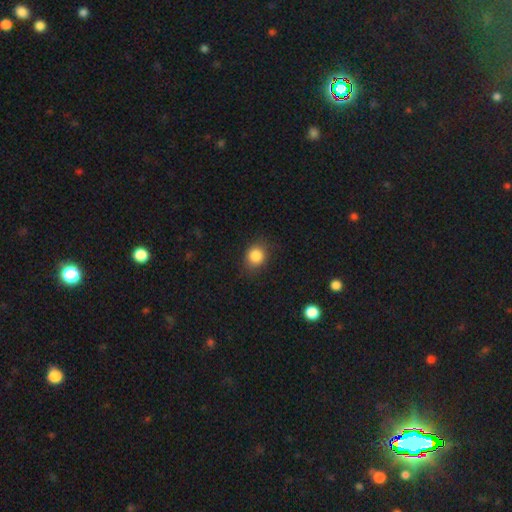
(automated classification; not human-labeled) Smooth or featured: smooth — 85% (star or artifact — 10%)
How rounded: round — 72% (in between — 27%)
Merging: none — 79% (minor disturbance — 15%)